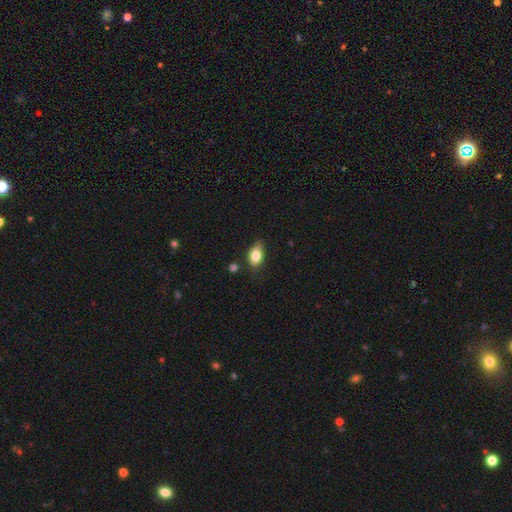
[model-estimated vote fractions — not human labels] Q: Smooth or featured?
A: smooth (77%); runner-up: featured or disk (15%)
Q: How rounded?
A: in between (84%); runner-up: round (11%)
Q: Merging?
A: none (60%); runner-up: minor disturbance (30%)